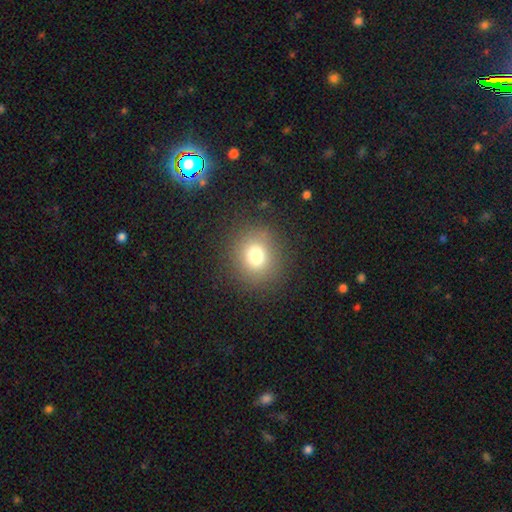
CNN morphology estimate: This appears to be a smooth galaxy with no disk features (76%) that is round (85%). Merging: none (87%).